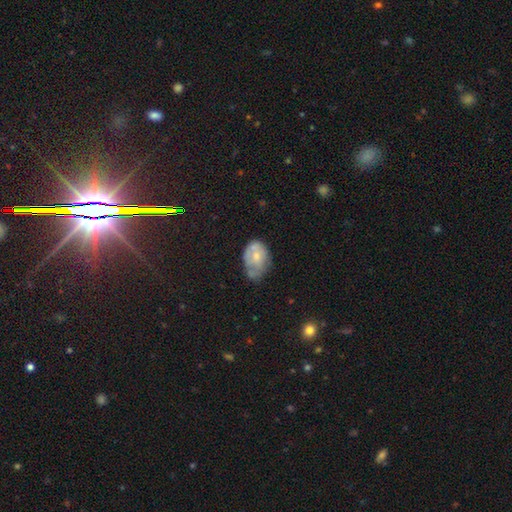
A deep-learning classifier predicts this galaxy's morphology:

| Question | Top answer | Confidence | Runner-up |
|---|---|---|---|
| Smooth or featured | smooth | 53% | featured or disk (39%) |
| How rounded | in between | 83% | round (16%) |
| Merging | minor disturbance | 40% | none (35%) |